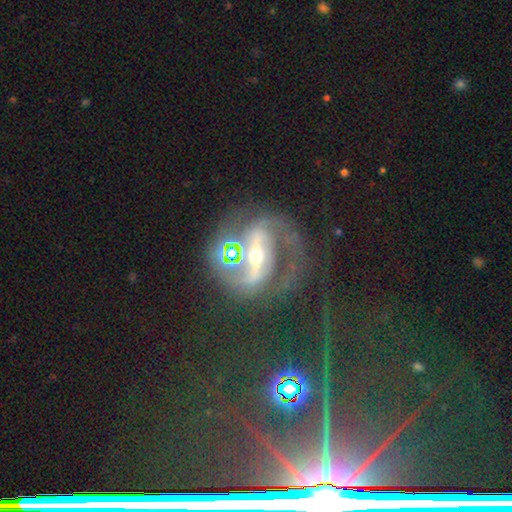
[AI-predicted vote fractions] A featured or disk galaxy (80%) with a strong bar (71%), 2 (81%) medium (51%) spiral arms (88%) and a moderate central bulge (59%).

Vote fractions:
- Smooth or featured? featured or disk: 80% / star or artifact: 12% / smooth: 8%
- Edge-on disk? no: 94% / yes: 6%
- Bar? strong: 71% / weak: 17% / no: 11%
- Spiral arms? yes: 88% / no: 12%
- Spiral winding? medium: 51% / loose: 26% / tight: 23%
- Spiral arm count? 2: 81% / 1: 7% / can't tell: 6% / 3: 3% / 4: 1% / more than 4: 1%
- Bulge size? moderate: 59% / small: 33% / large: 5% / dominant: 2% / none: 1%
- Merging? none: 50% / major disturbance: 22% / minor disturbance: 17% / merger: 11%